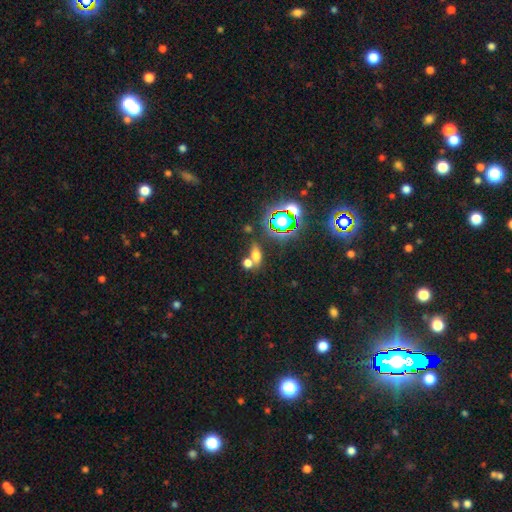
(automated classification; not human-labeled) Morphology: type=smooth (62%); roundness=in between (71%); merging=none (46%).